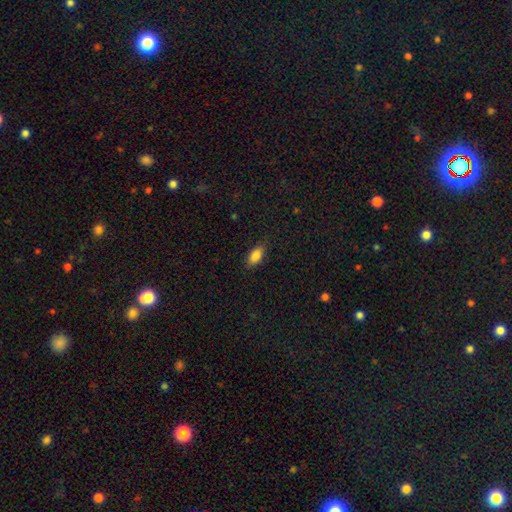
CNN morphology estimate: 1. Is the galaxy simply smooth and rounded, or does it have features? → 86% smooth, 8% star or artifact, 6% featured or disk.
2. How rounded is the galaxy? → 88% in between, 8% cigar-shaped, 4% round.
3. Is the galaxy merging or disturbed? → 84% none, 12% minor disturbance, 3% major disturbance, 1% merger.